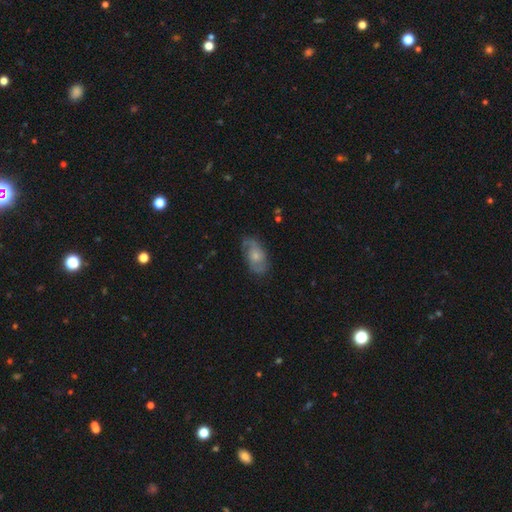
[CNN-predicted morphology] This appears to be a featured or disk galaxy (57%) with no bar (76%), spiral arms (80%) and a small central bulge (45%, tied with moderate). Merging: none (68%).